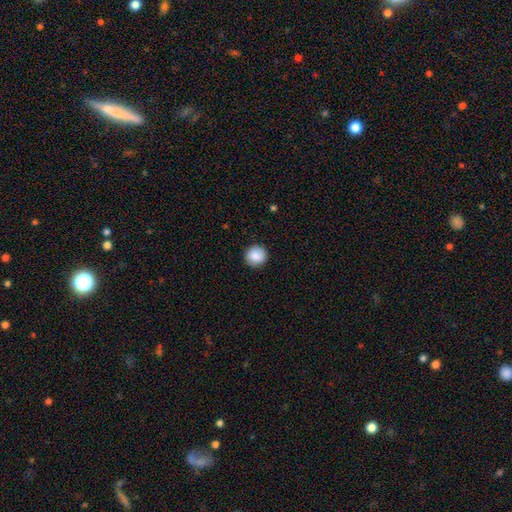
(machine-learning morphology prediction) A smooth galaxy with no disk features (88%) that is round (94%).

Vote fractions:
- Smooth or featured? smooth: 88% / star or artifact: 8% / featured or disk: 5%
- How rounded? round: 94% / in between: 6% / cigar-shaped: 1%
- Merging? none: 90% / minor disturbance: 7% / major disturbance: 2% / merger: 1%